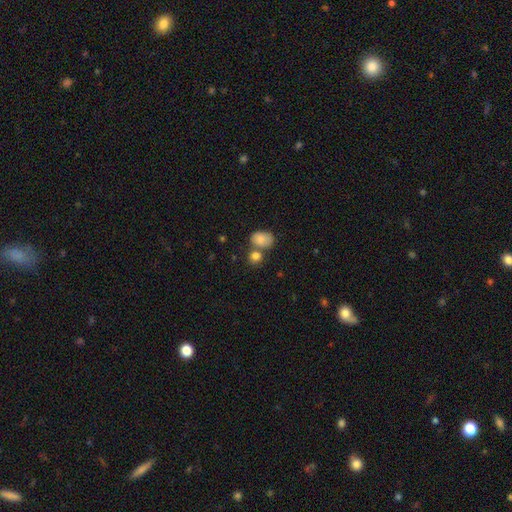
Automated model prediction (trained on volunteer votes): smooth-or-featured: smooth: 82% | star or artifact: 10% | featured or disk: 8%
  how-rounded: round: 64% | in between: 35% | cigar-shaped: 1%
  merging: none: 50% | merger: 37% | minor disturbance: 10% | major disturbance: 3%